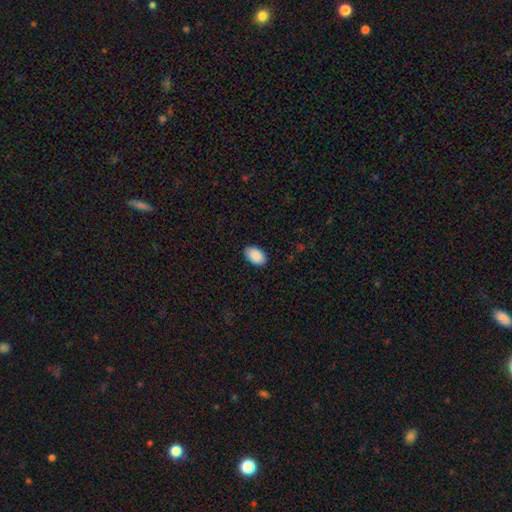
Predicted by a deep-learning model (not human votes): This is clearly a smooth galaxy (91%). How rounded: clearly in between (93%). Merging: clearly none (88%).